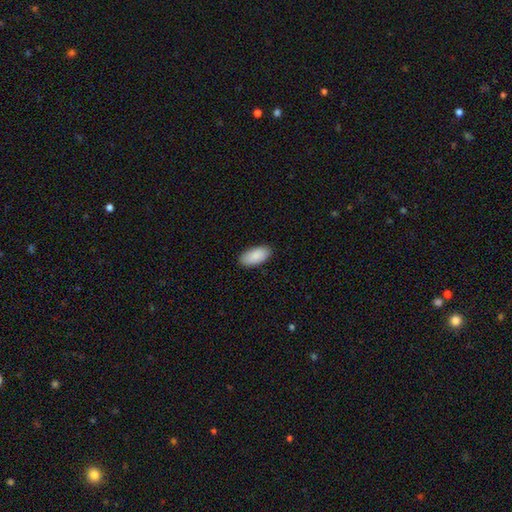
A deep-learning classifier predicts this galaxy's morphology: A smooth galaxy with no disk features (90%) that is in between round and cigar-shaped (94%). Merging: none (88%).